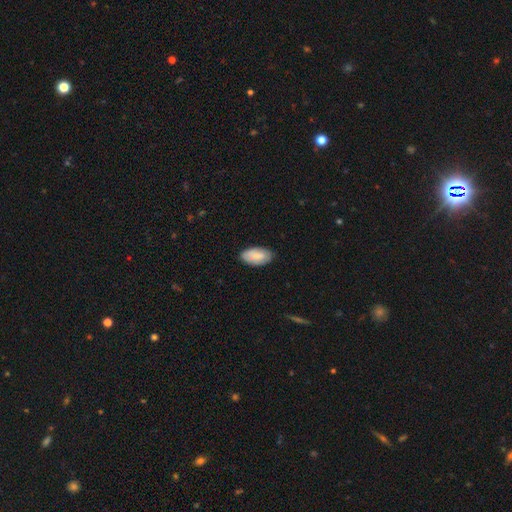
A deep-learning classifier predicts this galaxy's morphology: Smooth or featured? Predicted: smooth (p=0.79). How rounded? Predicted: in between (p=0.95). Merging? Predicted: none (p=0.81).